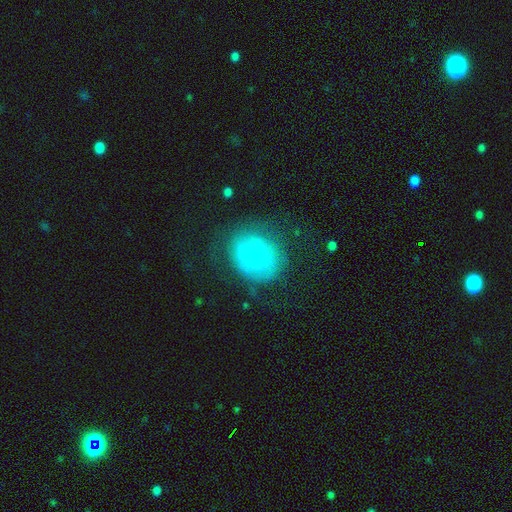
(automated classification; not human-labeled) Morphology: type=featured or disk (46%); merging=none (72%).